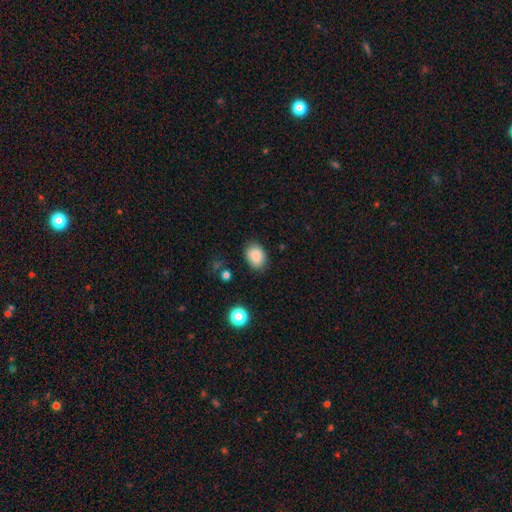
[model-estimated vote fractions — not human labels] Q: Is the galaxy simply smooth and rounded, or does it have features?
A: smooth — 88%.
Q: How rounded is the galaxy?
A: in between — 71%.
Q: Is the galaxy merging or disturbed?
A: none — 84%.